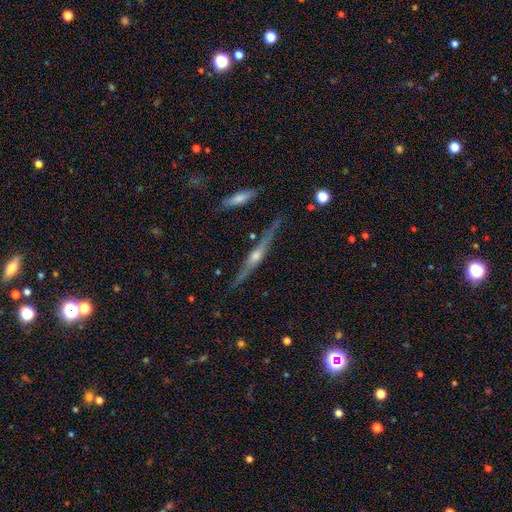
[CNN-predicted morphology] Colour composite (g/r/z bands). It shows a featured or disk galaxy (80%) viewed edge-on (97%) with a rounded central bulge (87%). Merging: none (82%).